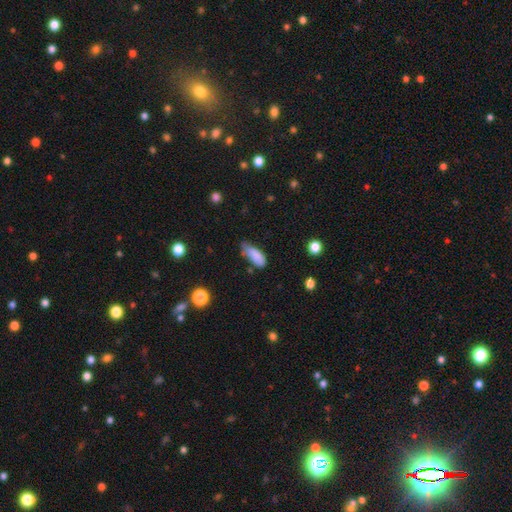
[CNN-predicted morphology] This appears to be a smooth galaxy with no disk features (83%) that is in between round and cigar-shaped (76%). Merging: minor disturbance (44%).